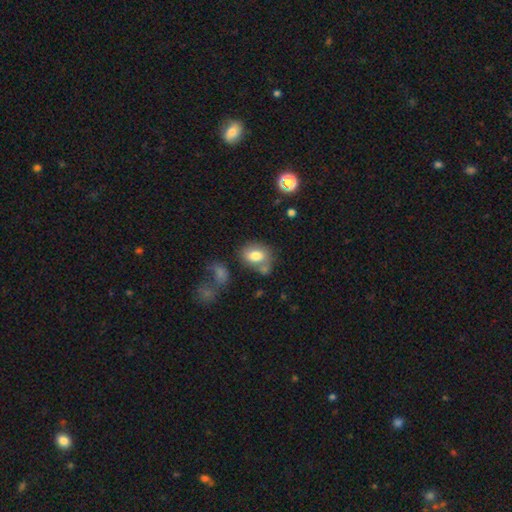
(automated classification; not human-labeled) This appears to be a smooth galaxy with no disk features (77%) that is in between round and cigar-shaped (70%). Merging: none (54%).